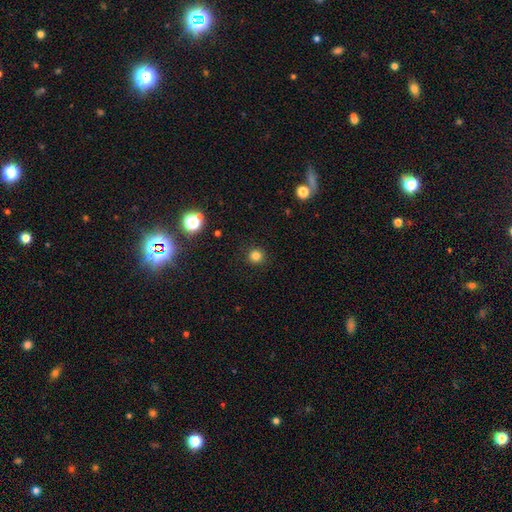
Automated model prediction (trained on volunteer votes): A smooth galaxy with no disk features (81%) that is round (95%).

Vote fractions:
- Smooth or featured? smooth: 81% / star or artifact: 15% / featured or disk: 4%
- How rounded? round: 95% / in between: 4% / cigar-shaped: 1%
- Merging? none: 92% / minor disturbance: 5% / major disturbance: 2% / merger: 1%